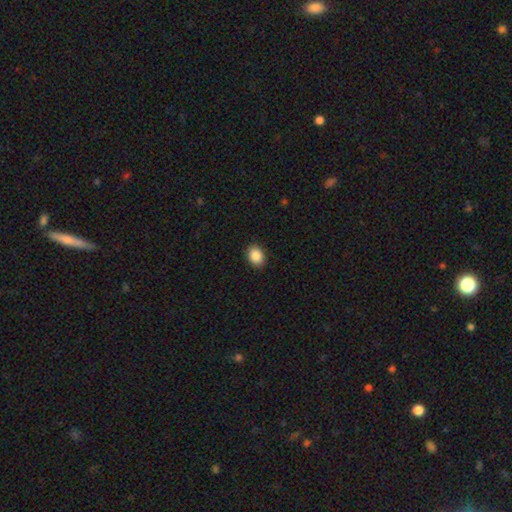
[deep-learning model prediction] Overall: smooth (88%). How rounded: in between (63%; round 36%). Merging: none (90%).